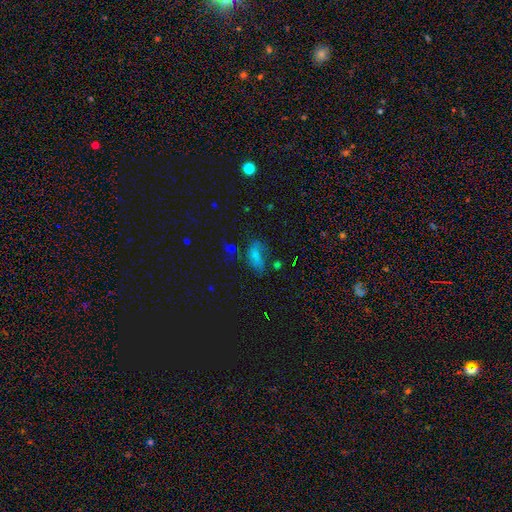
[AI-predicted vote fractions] A smooth galaxy with no disk features (65%) that is in between round and cigar-shaped (83%). Merging: none (41%).